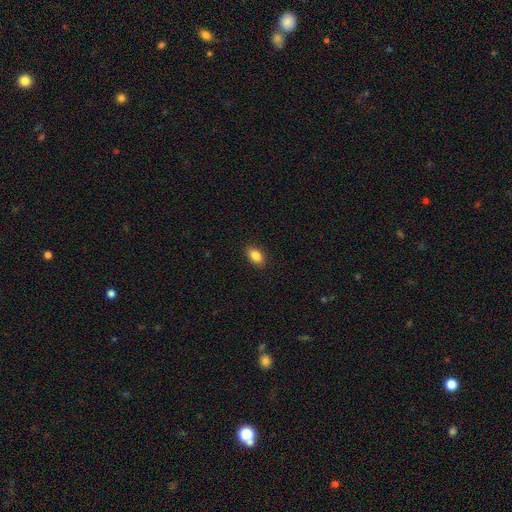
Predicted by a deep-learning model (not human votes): smooth 86%, star or artifact 8%, featured or disk 6%. Down the decision tree: how rounded — in between (89%); merging — none (89%).